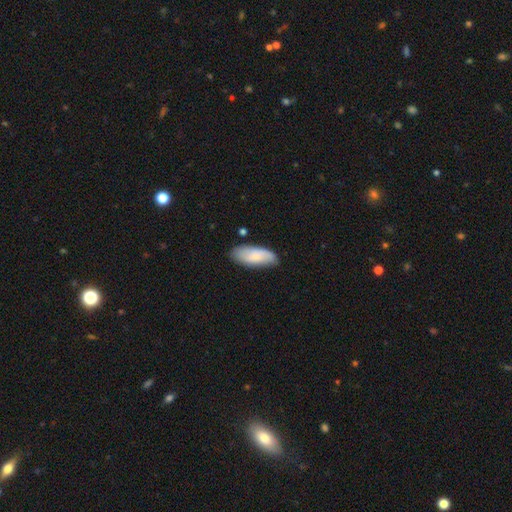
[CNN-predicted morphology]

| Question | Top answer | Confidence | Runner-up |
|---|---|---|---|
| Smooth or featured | smooth | 74% | featured or disk (20%) |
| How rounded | in between | 83% | cigar-shaped (15%) |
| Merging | none | 77% | minor disturbance (18%) |